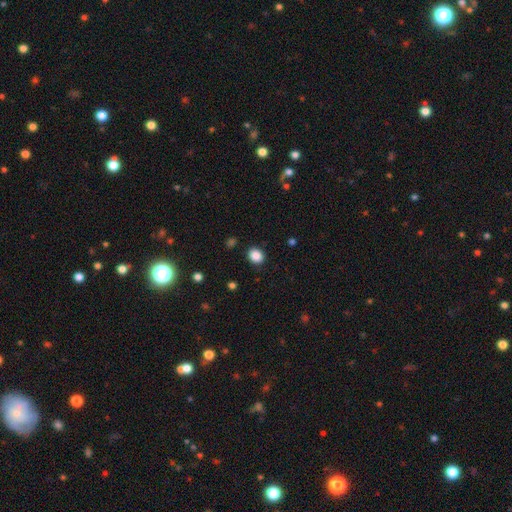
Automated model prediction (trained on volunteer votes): Smooth or featured?
  - smooth: 87% *
  - star or artifact: 10%
  - featured or disk: 3%
How rounded?
  - round: 58% *
  - in between: 41%
  - cigar-shaped: 1%
Merging?
  - none: 88% *
  - minor disturbance: 8%
  - major disturbance: 2%
  - merger: 1%